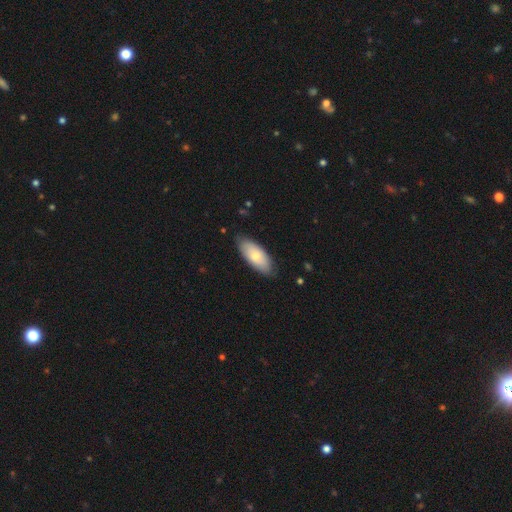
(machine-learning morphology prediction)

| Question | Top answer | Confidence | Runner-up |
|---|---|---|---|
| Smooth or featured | smooth | 71% | featured or disk (24%) |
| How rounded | in between | 86% | cigar-shaped (12%) |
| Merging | none | 82% | minor disturbance (14%) |